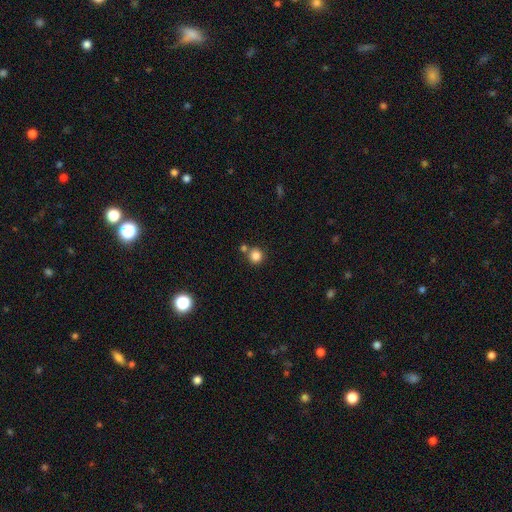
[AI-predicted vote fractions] This appears to be a smooth galaxy with no disk features (84%) that is round (92%). Merging: none (69%).